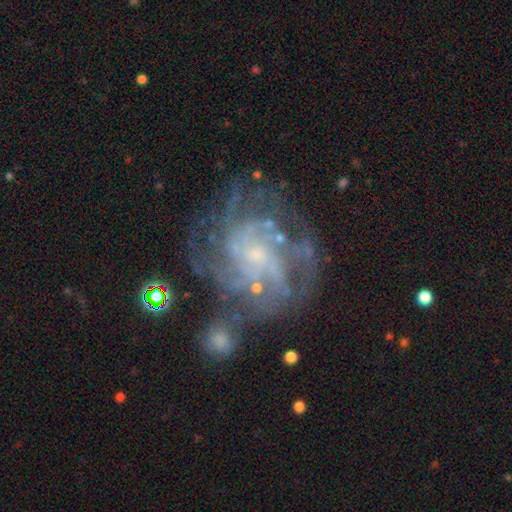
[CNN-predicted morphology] featured or disk 85%, star or artifact 9%, smooth 7%. Down the decision tree: edge-on disk — no (98%); bar — no (65%); spiral arms — yes (93%); spiral arm count — can't tell (31%); spiral winding — tight (53%); bulge size — small (67%); merging — none (62%).